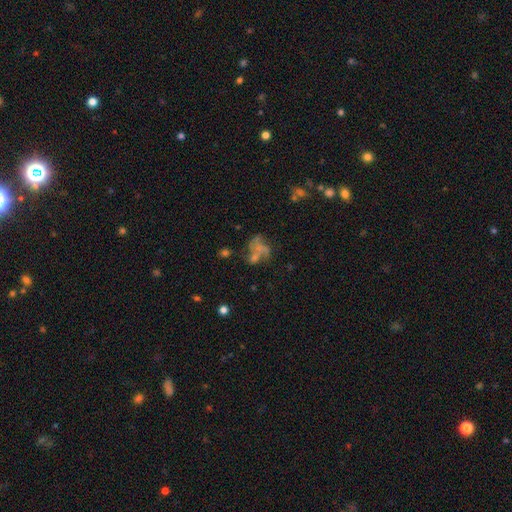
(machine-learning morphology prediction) Smooth or featured: featured or disk — 46% (star or artifact — 29%)
Merging: none — 41% (merger — 22%)